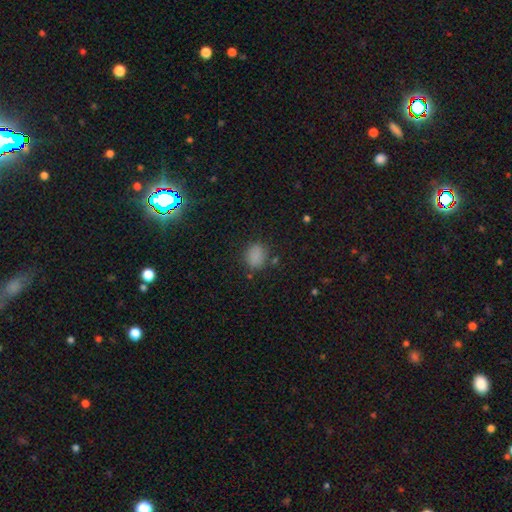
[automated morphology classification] Smooth or featured? smooth (84%)
How rounded? in between (54%)
Merging? none (78%)